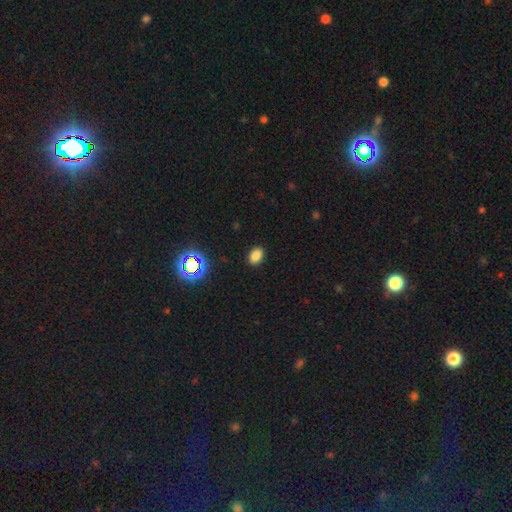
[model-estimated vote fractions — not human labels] smooth-or-featured: smooth: 81% | star or artifact: 15% | featured or disk: 4%
  how-rounded: in between: 81% | round: 18% | cigar-shaped: 1%
  merging: none: 89% | minor disturbance: 8% | major disturbance: 2% | merger: 1%